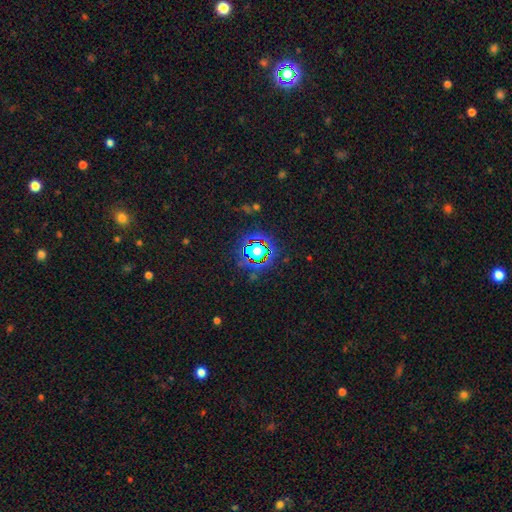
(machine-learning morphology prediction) smooth-or-featured: star or artifact: 81% | smooth: 11% | featured or disk: 7%